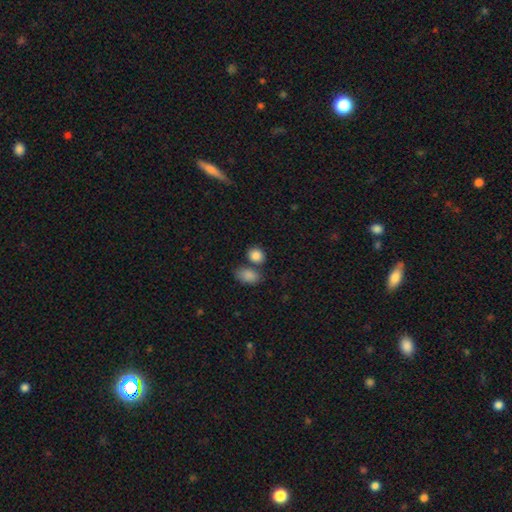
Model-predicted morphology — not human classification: smooth 86%, star or artifact 9%, featured or disk 5%. Down the decision tree: how rounded — round (54%); merging — none (58%).